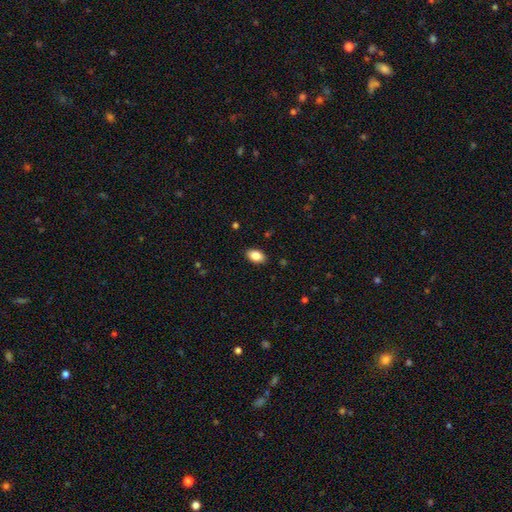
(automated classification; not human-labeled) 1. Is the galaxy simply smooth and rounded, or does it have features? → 85% smooth, 8% star or artifact, 7% featured or disk.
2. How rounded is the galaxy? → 91% in between, 7% round, 2% cigar-shaped.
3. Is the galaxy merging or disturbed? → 88% none, 9% minor disturbance, 2% major disturbance, 1% merger.